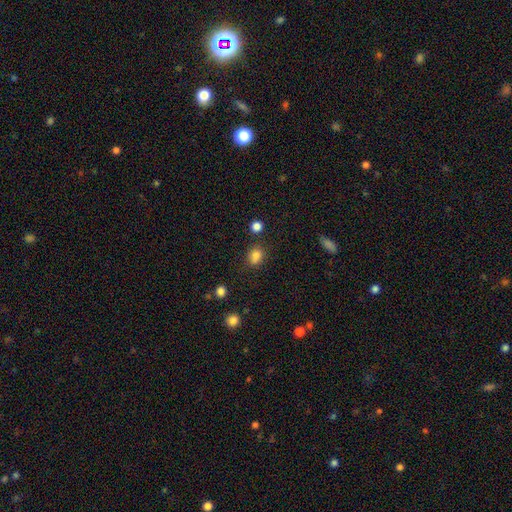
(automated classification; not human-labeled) Smooth or featured? Predicted: smooth (p=0.83). How rounded? Predicted: round (p=0.51). Merging? Predicted: none (p=0.72).